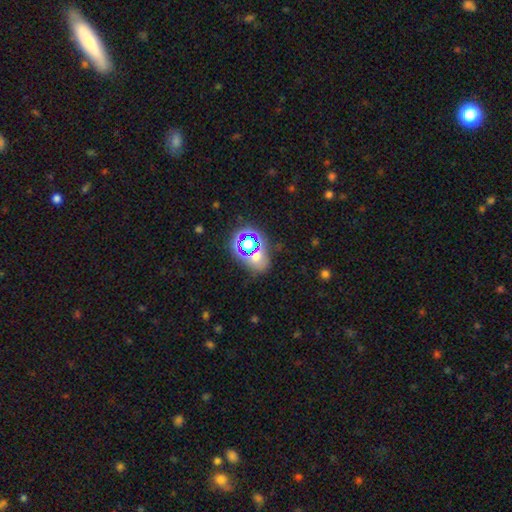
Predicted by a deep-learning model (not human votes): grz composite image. It shows a star or artifact, not a galaxy (48%).